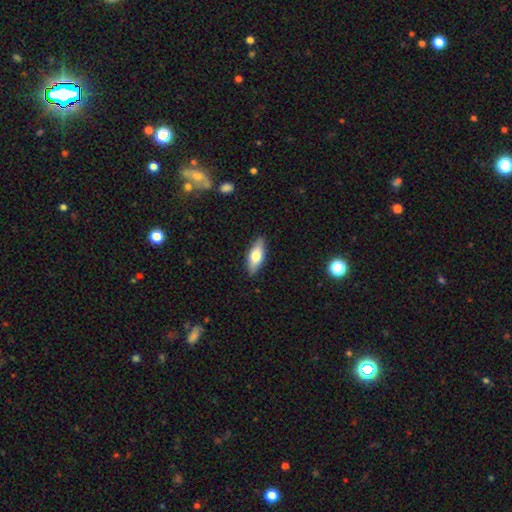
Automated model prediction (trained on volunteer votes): Q: Smooth or featured?
A: smooth (65%); runner-up: featured or disk (29%)
Q: How rounded?
A: in between (72%); runner-up: cigar-shaped (26%)
Q: Merging?
A: none (88%); runner-up: minor disturbance (9%)